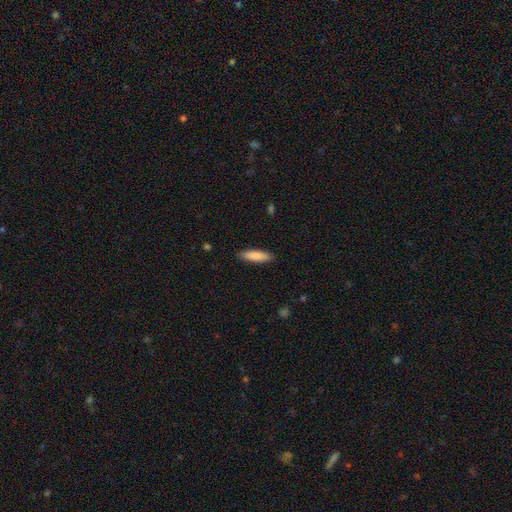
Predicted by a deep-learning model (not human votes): Overall: smooth (86%). How rounded: cigar-shaped (63%; in between 36%). Merging: none (90%).